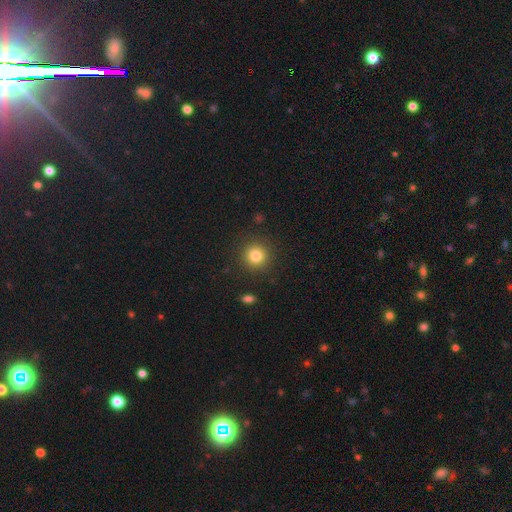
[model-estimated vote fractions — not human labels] smooth 82%, star or artifact 12%, featured or disk 6%. Down the decision tree: how rounded — round (93%); merging — none (90%).